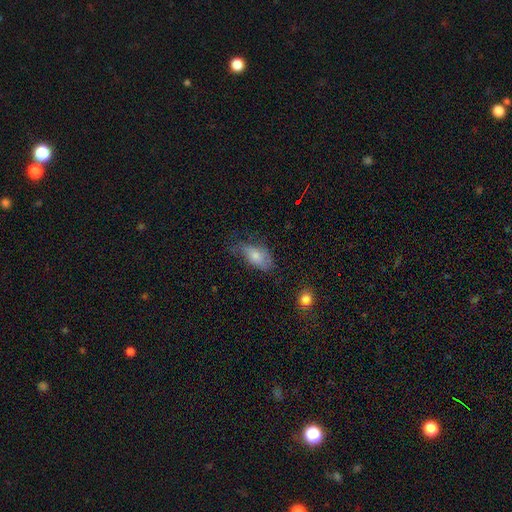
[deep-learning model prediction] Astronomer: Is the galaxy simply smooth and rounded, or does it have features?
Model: smooth — 70%.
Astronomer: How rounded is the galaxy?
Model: in between — 90%.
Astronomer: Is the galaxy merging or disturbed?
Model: none — 46% (runner-up: minor disturbance, 35%).